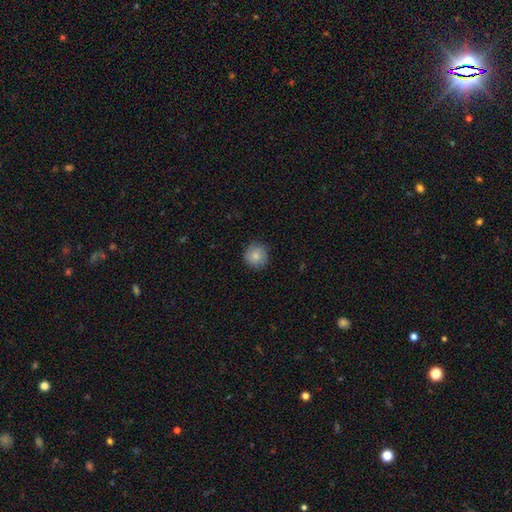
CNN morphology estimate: smooth_or_featured: smooth (p=0.83) [alt: featured or disk p=0.09]
how_rounded: round (p=0.93) [alt: in between p=0.06]
merging: none (p=0.88) [alt: minor disturbance p=0.09]